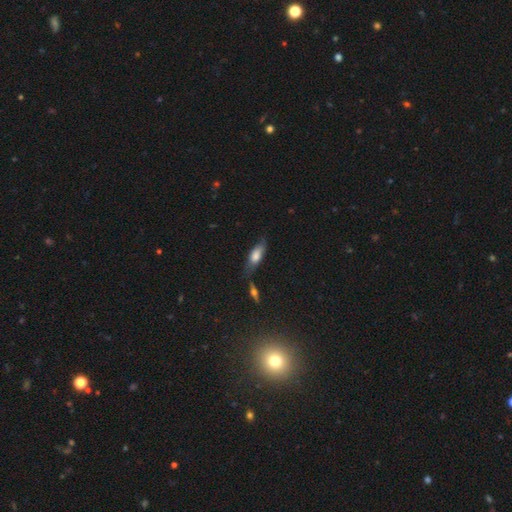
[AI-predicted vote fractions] smooth 68%, featured or disk 24%, star or artifact 8%. Down the decision tree: how rounded — in between (66%); merging — none (57%).